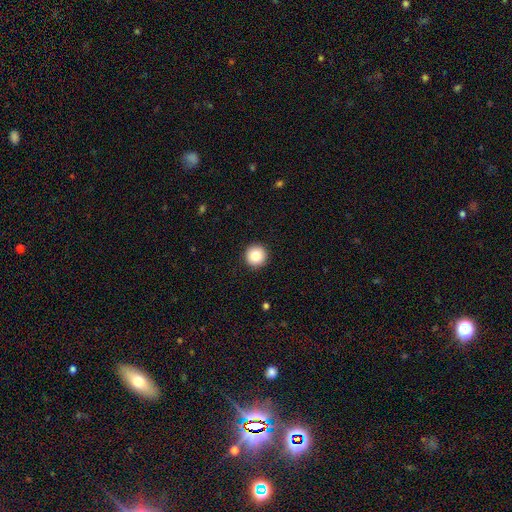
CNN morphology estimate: Q: Smooth or featured?
A: smooth (84%); runner-up: star or artifact (9%)
Q: How rounded?
A: round (96%); runner-up: in between (3%)
Q: Merging?
A: none (93%); runner-up: minor disturbance (5%)